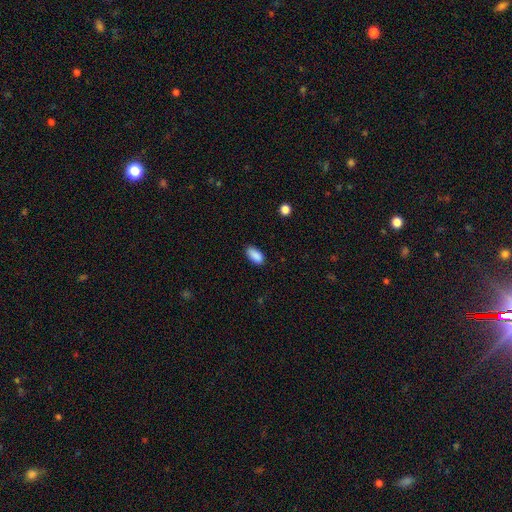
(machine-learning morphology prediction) The model was most divided on "merging": none: 84%, minor disturbance: 12%, major disturbance: 3%, merger: 1%. More confident: how rounded — in between (92%); smooth or featured — smooth (89%).